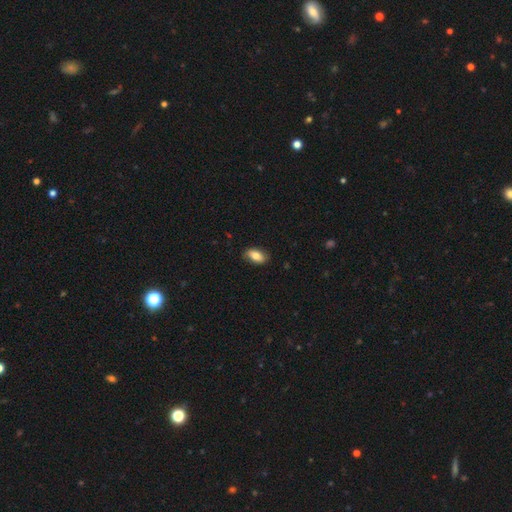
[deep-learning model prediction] smooth 80%, featured or disk 13%, star or artifact 7%. Down the decision tree: how rounded — in between (90%); merging — none (83%).